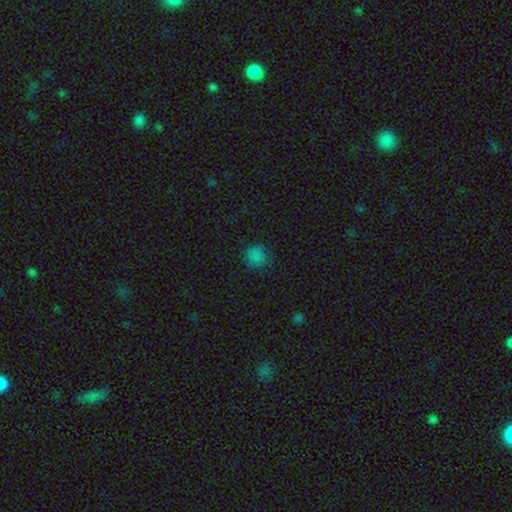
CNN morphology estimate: Smooth or featured: smooth — 79% (star or artifact — 17%)
How rounded: round — 91% (in between — 9%)
Merging: none — 83% (minor disturbance — 12%)